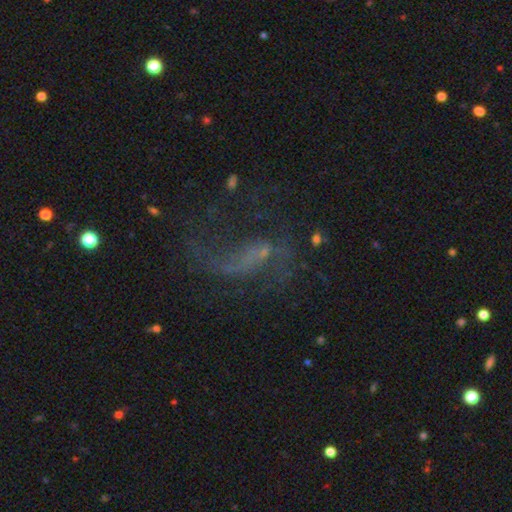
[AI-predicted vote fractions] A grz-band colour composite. It shows a featured or disk galaxy (68%) with no bar (48%), spiral arms (71%) and no central bulge (49%). Merging: none (43%).